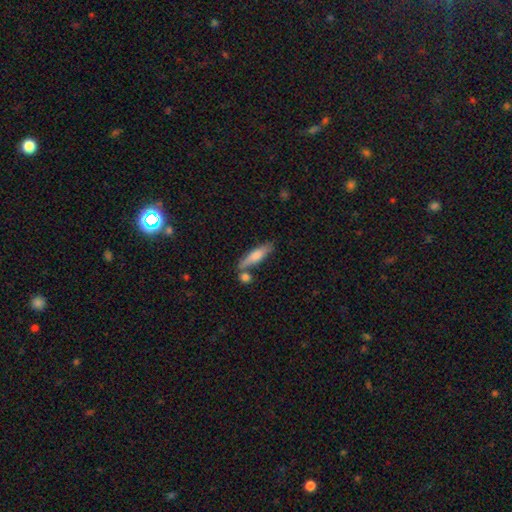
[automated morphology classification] The model was most divided on "smooth or featured": smooth: 56%, featured or disk: 36%, star or artifact: 8%. More confident: how rounded — cigar-shaped (76%); merging — none (71%).